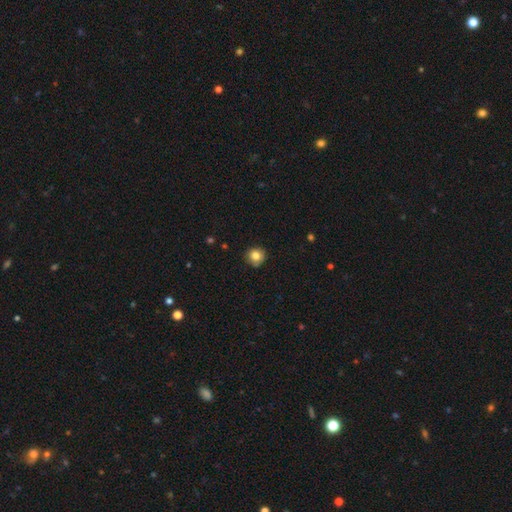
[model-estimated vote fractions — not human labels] This appears to be a smooth galaxy with no disk features (82%) that is round (92%). Merging: none (83%).